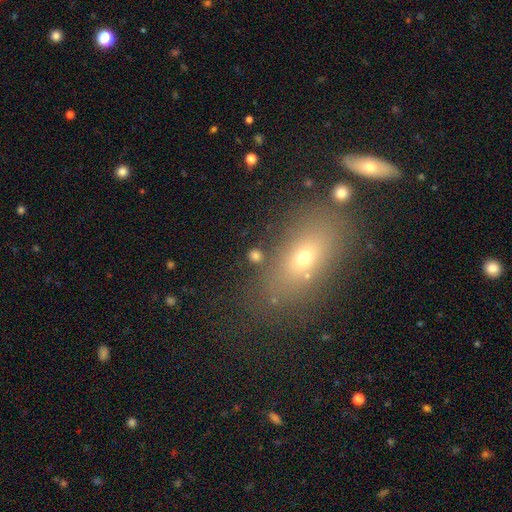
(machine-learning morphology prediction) This appears to be a smooth galaxy with no disk features (75%) that is round (61%). Merging: none (81%).